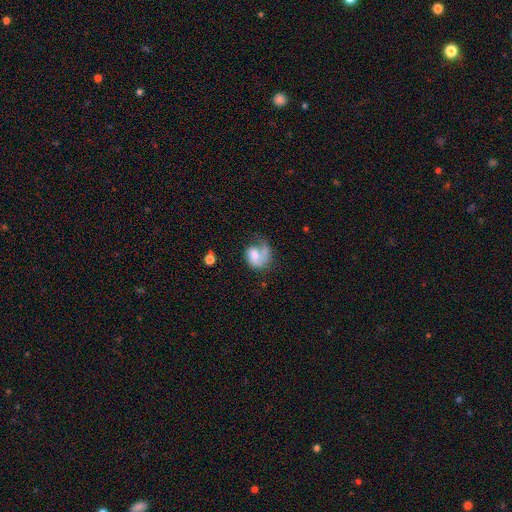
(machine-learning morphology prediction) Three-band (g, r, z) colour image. It shows a featured or disk galaxy (52%) with no bar (71%), spiral arms (78%) and a moderate central bulge (32%). Merging: major disturbance (40%).